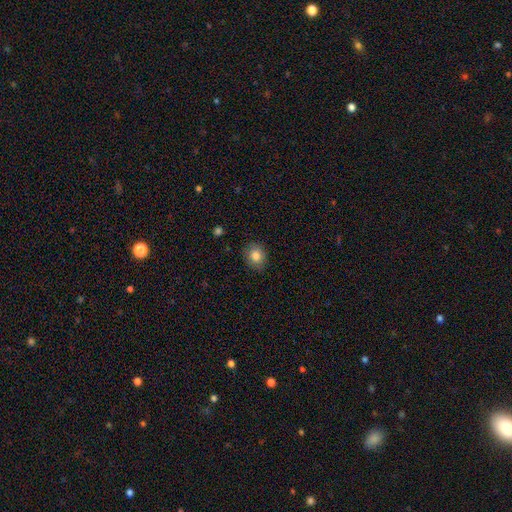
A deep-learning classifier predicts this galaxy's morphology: Smooth or featured? Predicted: smooth (p=0.83). How rounded? Predicted: round (p=0.61). Merging? Predicted: none (p=0.86).